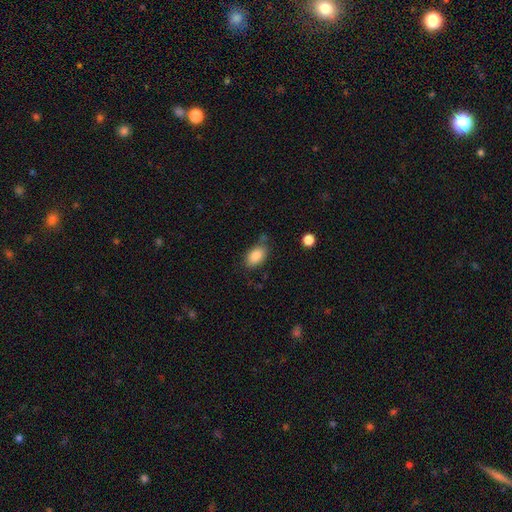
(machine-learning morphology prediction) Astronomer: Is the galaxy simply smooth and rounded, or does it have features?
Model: smooth — 86%.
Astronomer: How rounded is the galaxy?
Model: in between — 90%.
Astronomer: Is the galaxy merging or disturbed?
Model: none — 70%.